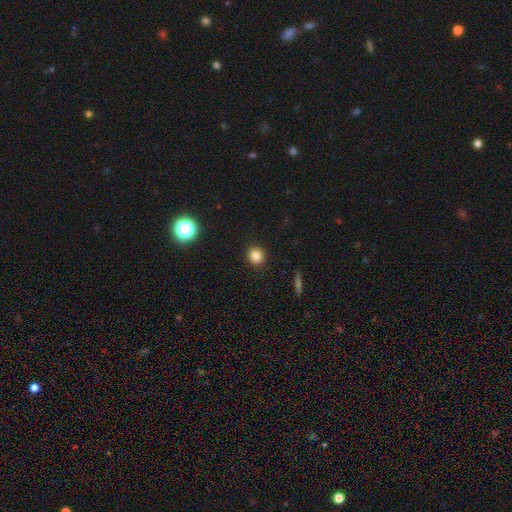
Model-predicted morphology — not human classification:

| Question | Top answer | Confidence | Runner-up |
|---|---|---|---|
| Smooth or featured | smooth | 83% | star or artifact (13%) |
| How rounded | round | 87% | in between (12%) |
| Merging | none | 91% | minor disturbance (6%) |